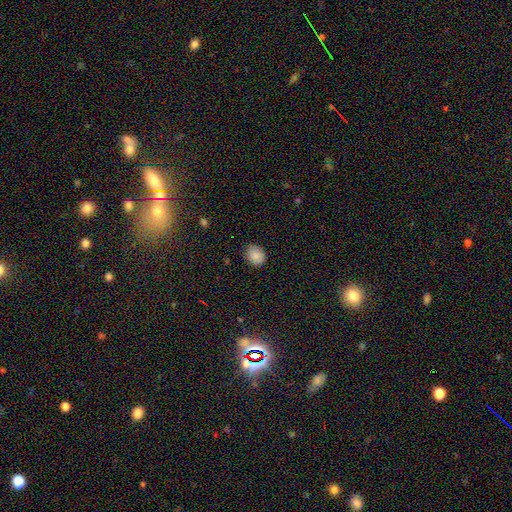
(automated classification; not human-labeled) Smooth or featured? smooth (86%)
How rounded? round (54%)
Merging? none (80%)